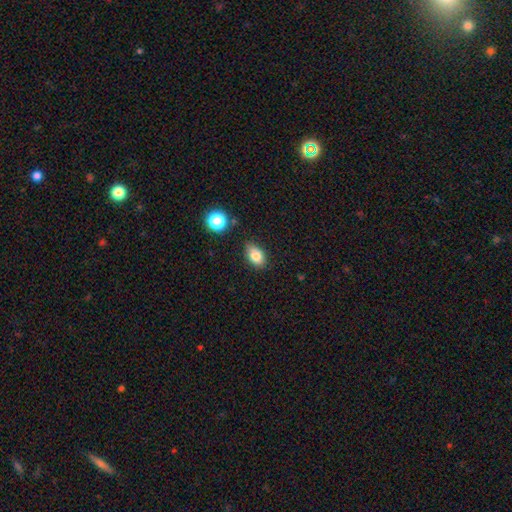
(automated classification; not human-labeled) smooth-or-featured: smooth: 82% | star or artifact: 10% | featured or disk: 8%
  how-rounded: in between: 82% | round: 16% | cigar-shaped: 2%
  merging: none: 78% | minor disturbance: 16% | major disturbance: 3% | merger: 3%